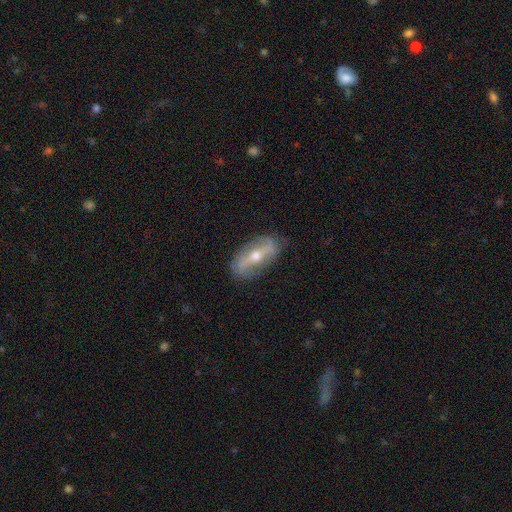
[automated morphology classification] A featured or disk galaxy (71%) with a strong bar (61%), spiral arms (56%) and a moderate central bulge (63%). Merging: none (80%).